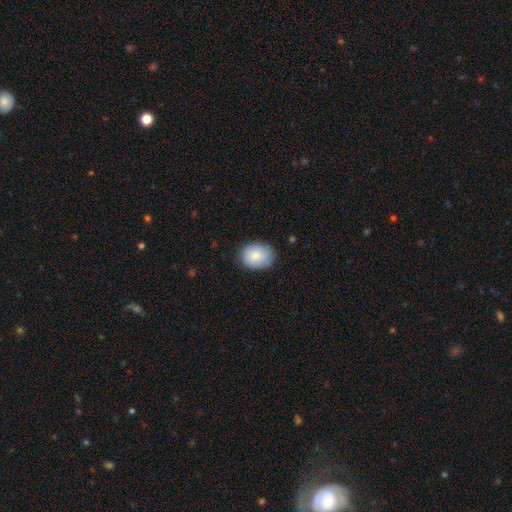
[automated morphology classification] smooth-or-featured: smooth: 84% | featured or disk: 10% | star or artifact: 6%
  how-rounded: in between: 59% | round: 41% | cigar-shaped: 1%
  merging: none: 79% | minor disturbance: 17% | major disturbance: 3% | merger: 1%